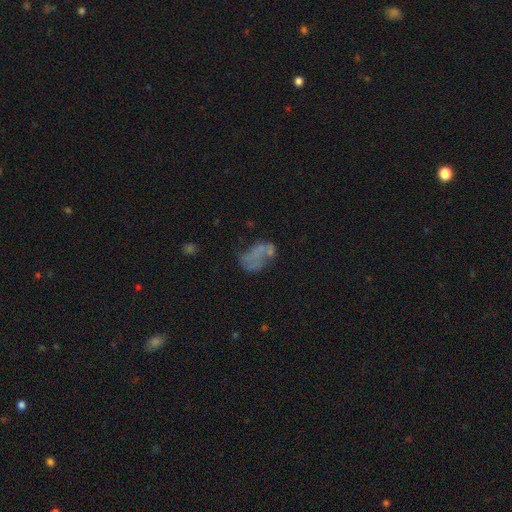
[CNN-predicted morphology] This is marginally a smooth galaxy (42%). Merging: marginally none (34%).